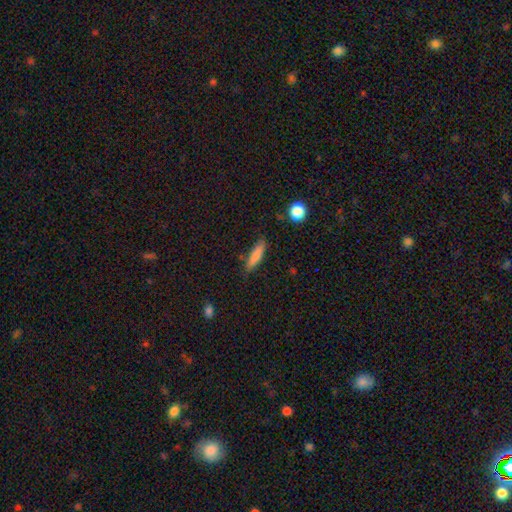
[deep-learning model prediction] Smooth or featured: smooth — 82% (featured or disk — 11%)
How rounded: cigar-shaped — 74% (in between — 24%)
Merging: none — 78% (minor disturbance — 16%)